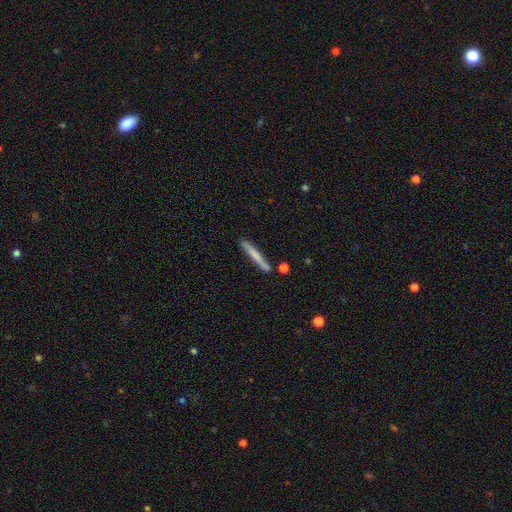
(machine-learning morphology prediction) smooth_or_featured: smooth (p=0.64) [alt: featured or disk p=0.30]
how_rounded: cigar-shaped (p=0.96) [alt: in between p=0.03]
merging: none (p=0.80) [alt: minor disturbance p=0.12]